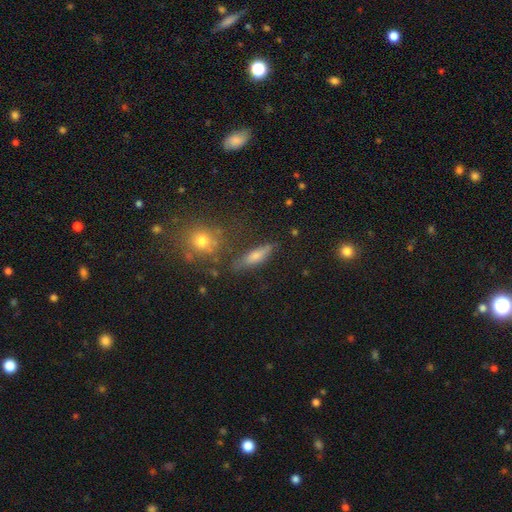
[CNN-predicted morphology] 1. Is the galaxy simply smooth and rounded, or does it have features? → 57% smooth, 29% featured or disk, 14% star or artifact.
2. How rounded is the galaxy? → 62% cigar-shaped, 31% in between, 7% round.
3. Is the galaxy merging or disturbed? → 75% none, 14% minor disturbance, 6% merger, 5% major disturbance.